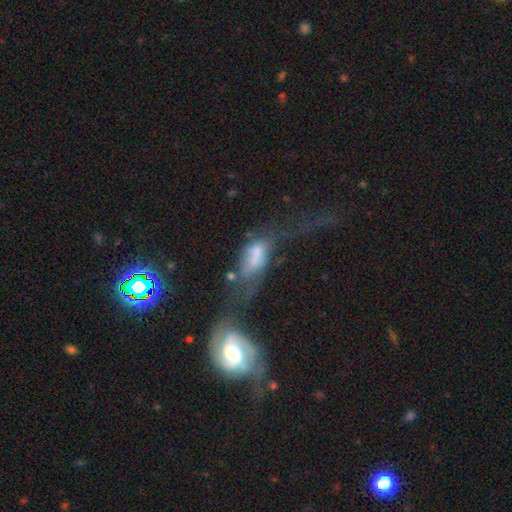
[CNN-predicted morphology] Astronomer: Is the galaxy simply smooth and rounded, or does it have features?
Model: smooth — 47% (runner-up: featured or disk, 41%).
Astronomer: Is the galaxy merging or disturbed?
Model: major disturbance — 47% (runner-up: merger, 26%).